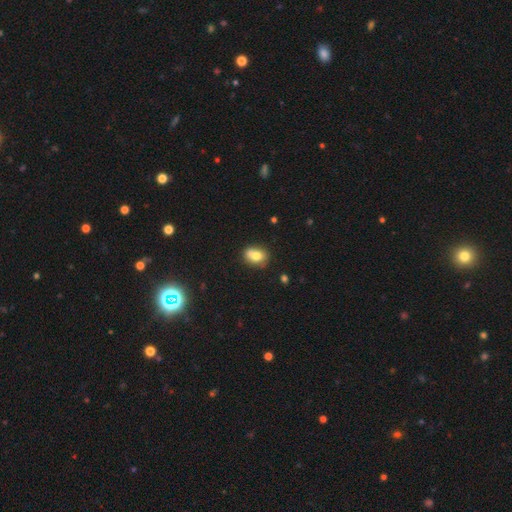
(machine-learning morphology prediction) Overall: smooth (74%). How rounded: in between (67%; round 32%). Merging: none (63%).